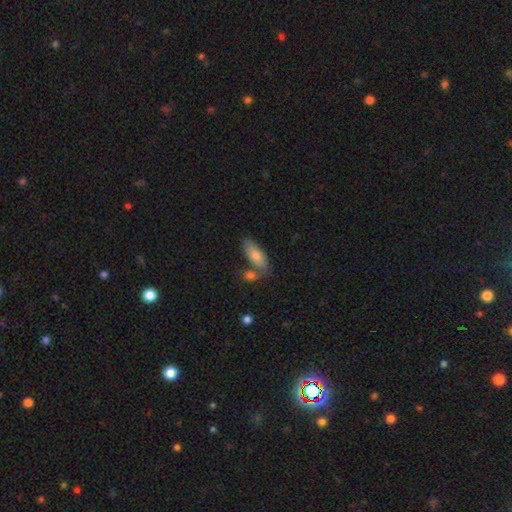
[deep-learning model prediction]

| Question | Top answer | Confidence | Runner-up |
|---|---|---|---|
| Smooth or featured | smooth | 76% | featured or disk (17%) |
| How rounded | in between | 74% | cigar-shaped (24%) |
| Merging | none | 58% | merger (24%) |